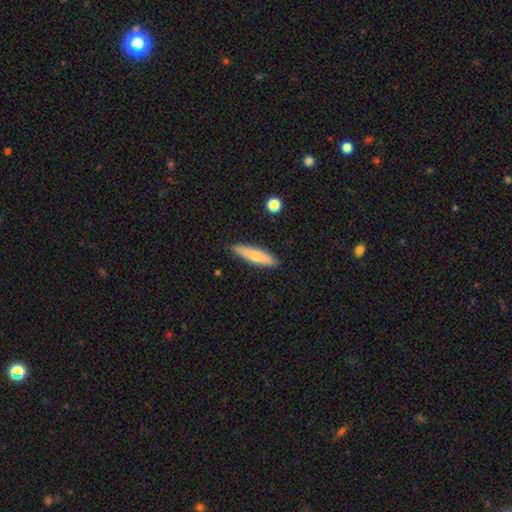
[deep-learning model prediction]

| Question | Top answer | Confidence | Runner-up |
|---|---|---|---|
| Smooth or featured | smooth | 65% | featured or disk (29%) |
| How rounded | cigar-shaped | 75% | in between (23%) |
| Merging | none | 88% | minor disturbance (9%) |